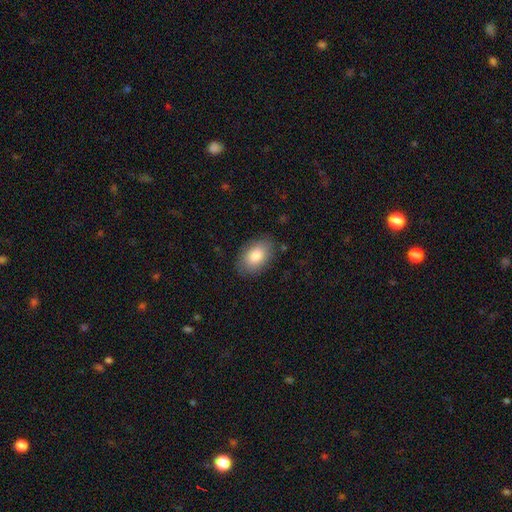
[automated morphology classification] Smooth or featured: smooth — 84% (featured or disk — 9%)
How rounded: in between — 90% (round — 8%)
Merging: none — 83% (minor disturbance — 13%)